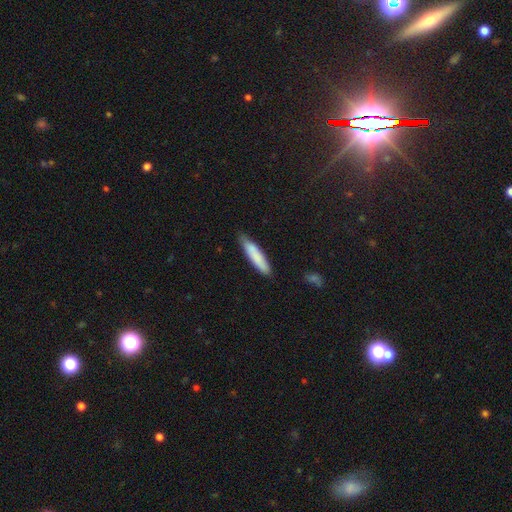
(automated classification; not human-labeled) Smooth or featured? smooth (82%)
How rounded? cigar-shaped (81%)
Merging? none (76%)